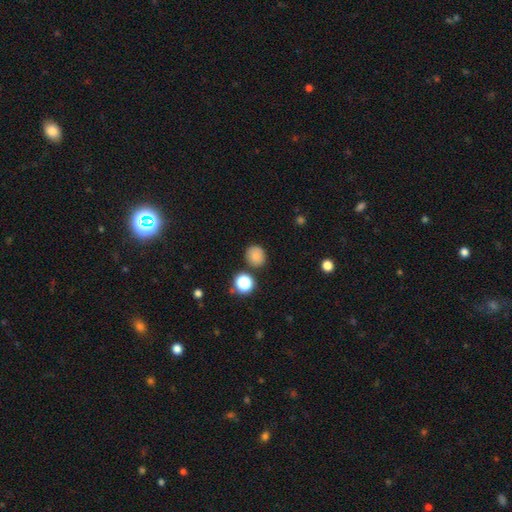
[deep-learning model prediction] A smooth galaxy with no disk features (81%) that is round (82%). Merging: none (83%).